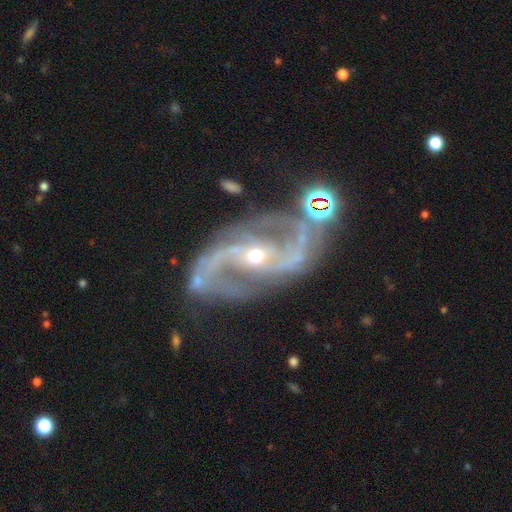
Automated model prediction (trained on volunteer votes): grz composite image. It shows a featured or disk galaxy (92%) with a weak bar (35%, tied with strong), 2 (90%) medium (54%) spiral arms (98%) and a small central bulge (52%). Merging: none (66%).